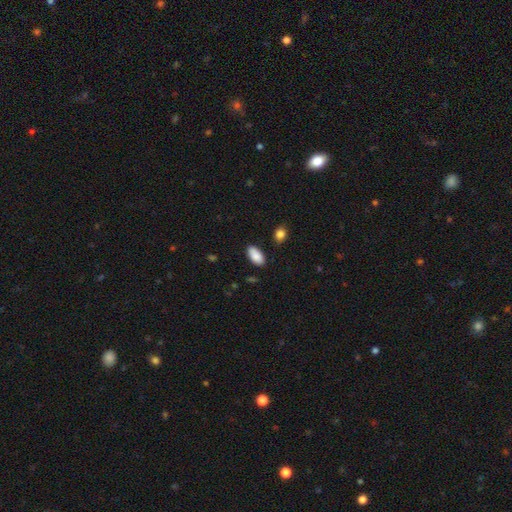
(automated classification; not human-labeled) Q: Smooth or featured?
A: smooth (89%); runner-up: star or artifact (7%)
Q: How rounded?
A: in between (94%); runner-up: cigar-shaped (3%)
Q: Merging?
A: none (85%); runner-up: minor disturbance (11%)